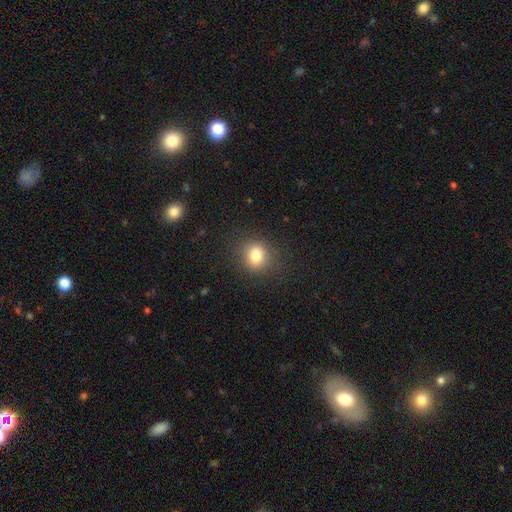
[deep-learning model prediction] A smooth galaxy with no disk features (79%) that is round (74%). Merging: none (86%).